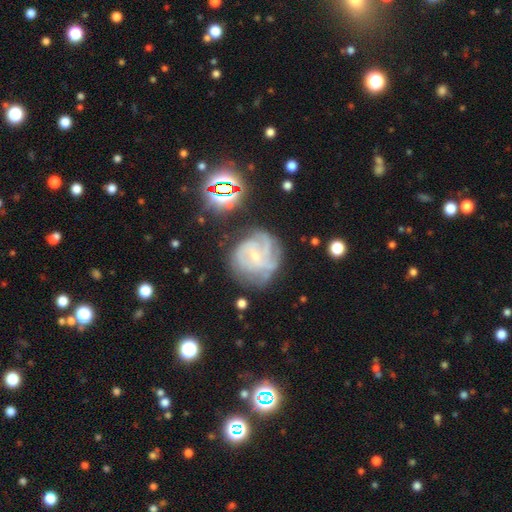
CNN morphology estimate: Smooth or featured? featured or disk (76%)
Edge-on disk? no (98%)
Bar? no (52%)
Spiral arms? yes (89%)
Spiral winding? tight (43%)
Spiral arm count? can't tell (34%)
Bulge size? small (69%)
Merging? none (56%)